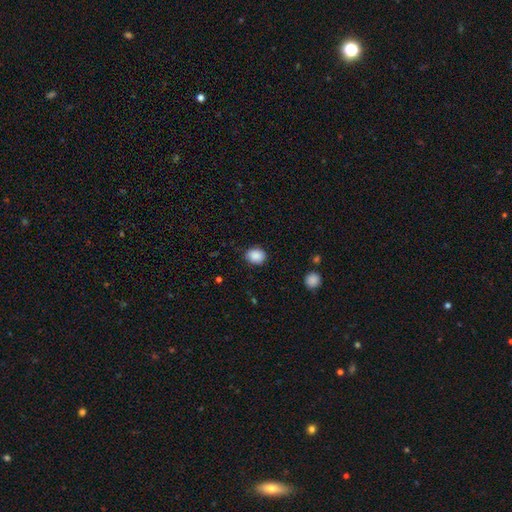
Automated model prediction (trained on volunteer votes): Morphology: type=smooth (89%); roundness=round (58%); merging=none (85%).